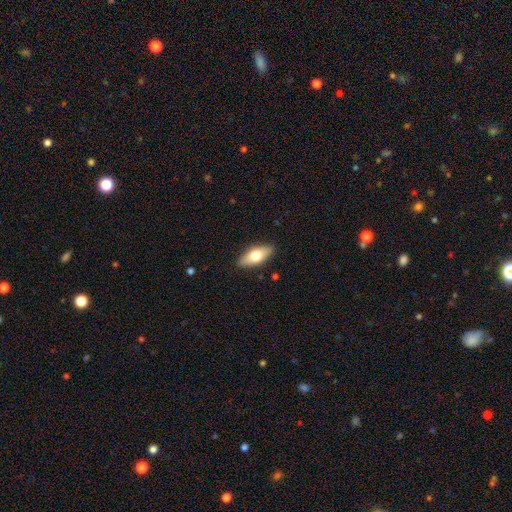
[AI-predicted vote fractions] The model was most divided on "smooth or featured": smooth: 67%, featured or disk: 27%, star or artifact: 6%. More confident: merging — none (88%); how rounded — in between (82%).